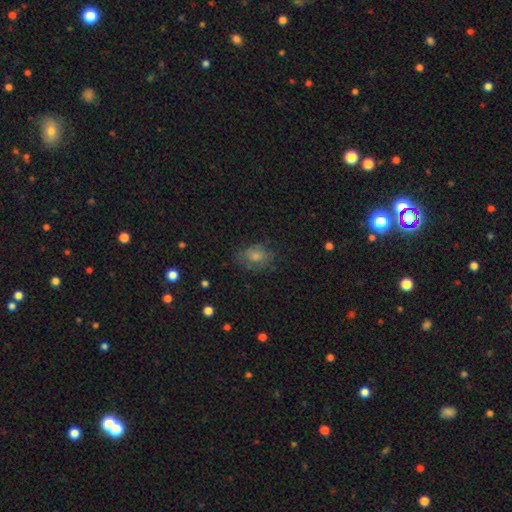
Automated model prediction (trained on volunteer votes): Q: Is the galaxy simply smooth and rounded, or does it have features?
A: smooth — 59%.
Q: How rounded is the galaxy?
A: in between — 61%.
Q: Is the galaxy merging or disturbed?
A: none — 72%.